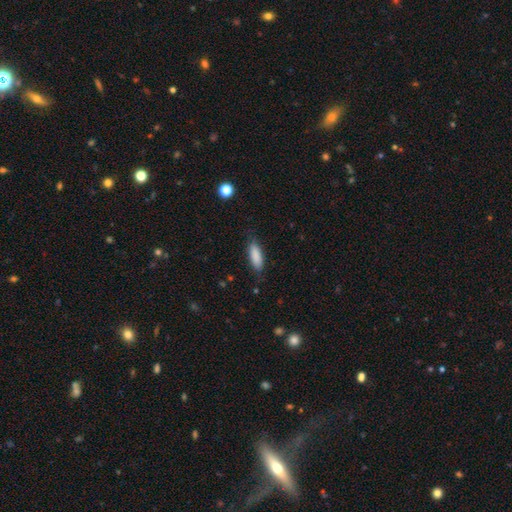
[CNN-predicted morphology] Smooth or featured?
  - smooth: 88% *
  - star or artifact: 6%
  - featured or disk: 6%
How rounded?
  - in between: 66% *
  - cigar-shaped: 32%
  - round: 2%
Merging?
  - none: 79% *
  - minor disturbance: 16%
  - major disturbance: 3%
  - merger: 1%